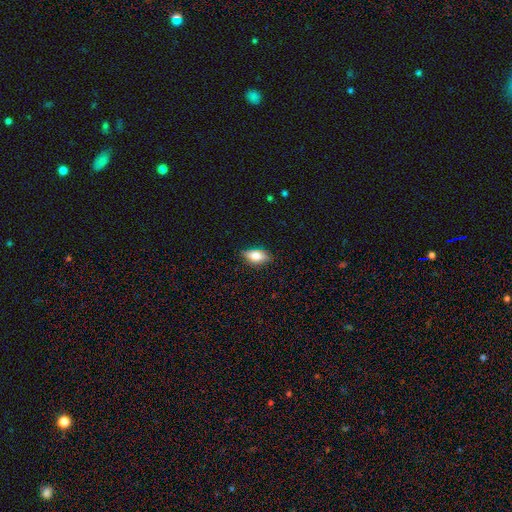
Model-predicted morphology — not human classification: smooth 79%, featured or disk 14%, star or artifact 8%. Down the decision tree: how rounded — in between (88%); merging — none (82%).